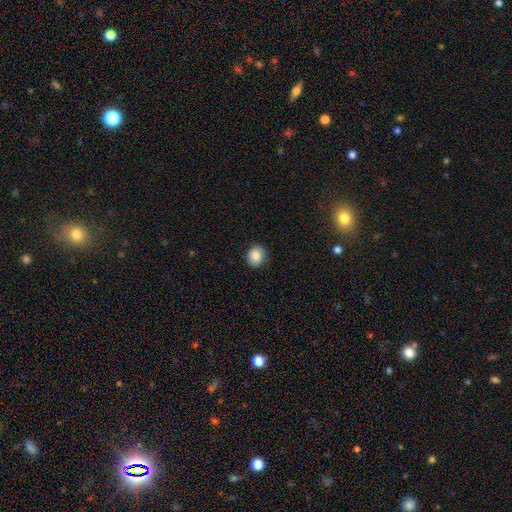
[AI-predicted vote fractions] Q: Smooth or featured?
A: smooth (87%); runner-up: star or artifact (9%)
Q: How rounded?
A: round (78%); runner-up: in between (21%)
Q: Merging?
A: none (87%); runner-up: minor disturbance (9%)